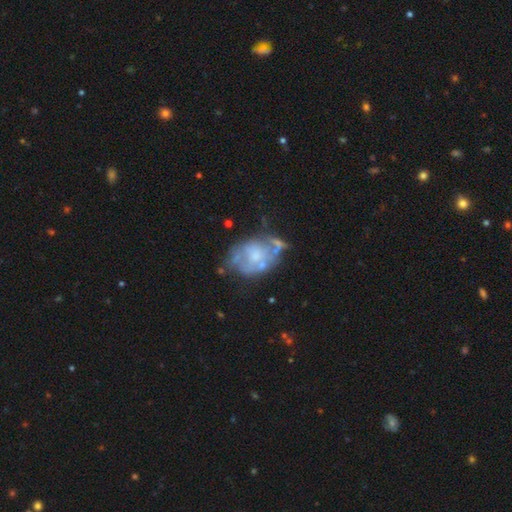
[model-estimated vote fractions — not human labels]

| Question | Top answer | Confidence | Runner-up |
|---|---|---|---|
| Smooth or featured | featured or disk | 66% | smooth (25%) |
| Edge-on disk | no | 97% | yes (3%) |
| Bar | no | 81% | weak (16%) |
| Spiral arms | no | 65% | yes (35%) |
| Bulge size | moderate | 38% | small (35%) |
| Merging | none | 40% | minor disturbance (27%) |